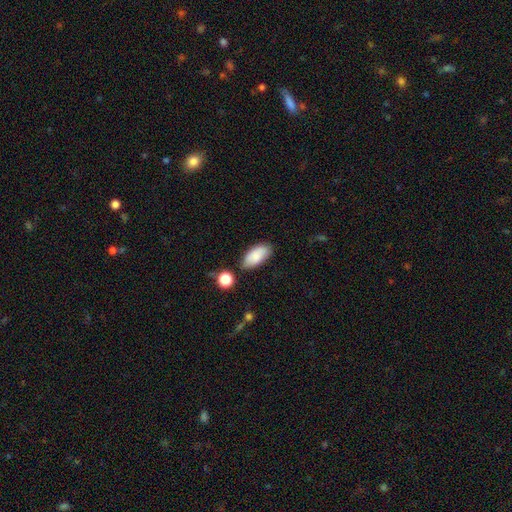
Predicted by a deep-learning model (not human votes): smooth-or-featured: smooth: 84% | featured or disk: 8% | star or artifact: 7%
  how-rounded: in between: 91% | cigar-shaped: 7% | round: 3%
  merging: none: 77% | minor disturbance: 15% | merger: 5% | major disturbance: 3%